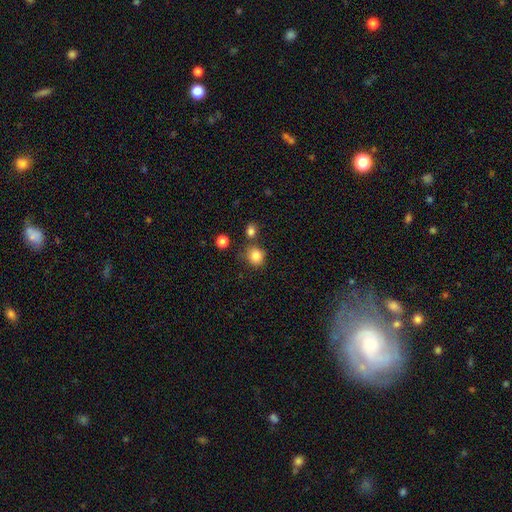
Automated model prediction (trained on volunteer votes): This is clearly a smooth galaxy (84%). How rounded: clearly round (84%). Merging: likely none (73%).